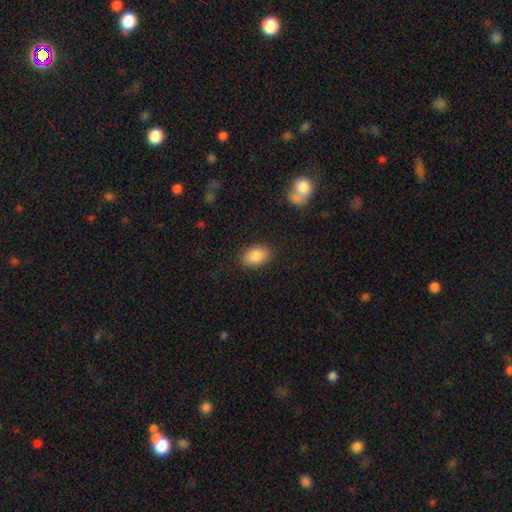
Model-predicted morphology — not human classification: Smooth or featured? smooth (87%)
How rounded? in between (87%)
Merging? none (87%)